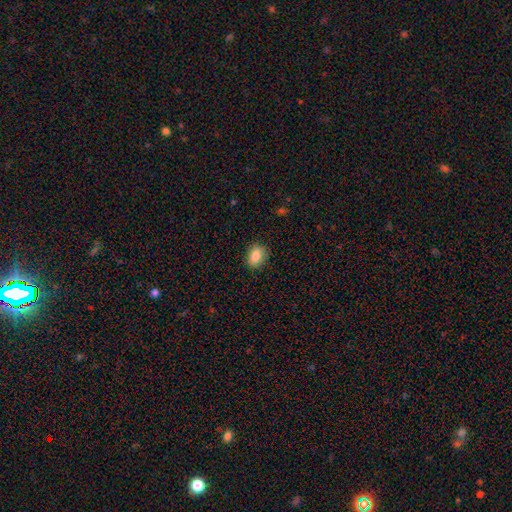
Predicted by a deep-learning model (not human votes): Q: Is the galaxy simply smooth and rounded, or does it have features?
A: smooth — 86%.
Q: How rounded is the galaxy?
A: in between — 71%.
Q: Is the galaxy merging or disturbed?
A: none — 86%.